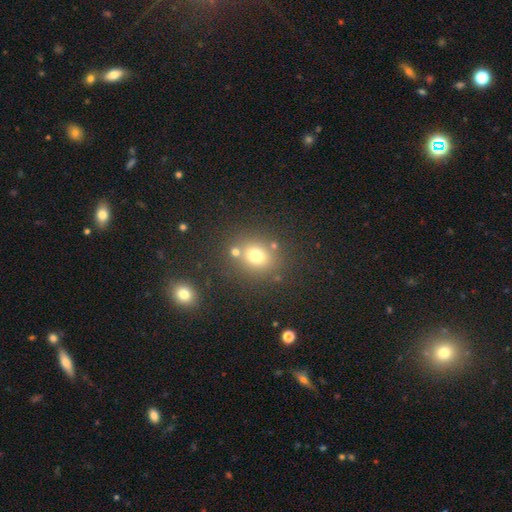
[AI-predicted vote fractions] smooth_or_featured: smooth (p=0.72) [alt: star or artifact p=0.17]
how_rounded: round (p=0.73) [alt: in between p=0.26]
merging: none (p=0.73) [alt: merger p=0.12]